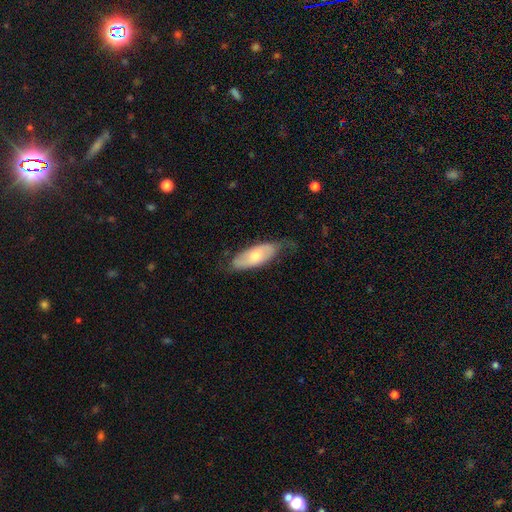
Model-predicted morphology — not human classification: smooth-or-featured: smooth: 58% | featured or disk: 37% | star or artifact: 5%
  how-rounded: in between: 77% | cigar-shaped: 21% | round: 2%
  merging: none: 61% | minor disturbance: 30% | major disturbance: 8% | merger: 1%